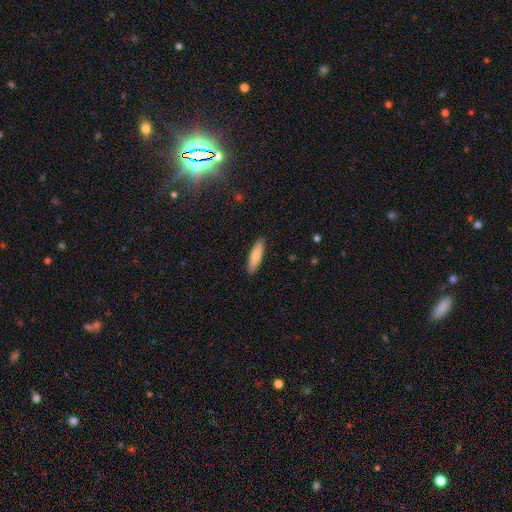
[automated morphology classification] smooth 81%, featured or disk 13%, star or artifact 6%. Down the decision tree: how rounded — cigar-shaped (70%); merging — none (89%).